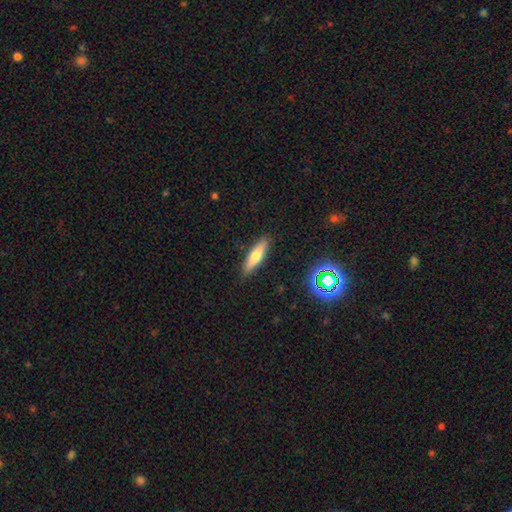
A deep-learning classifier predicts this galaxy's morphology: The model was most divided on "how rounded": cigar-shaped: 67%, in between: 31%, round: 2%. More confident: merging — none (88%); smooth or featured — smooth (65%).